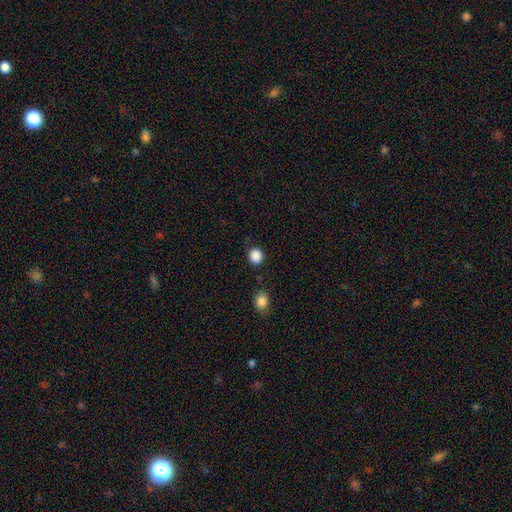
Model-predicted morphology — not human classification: The model was most divided on "how rounded": round: 82%, in between: 17%, cigar-shaped: 1%. More confident: smooth or featured — smooth (87%); merging — none (86%).